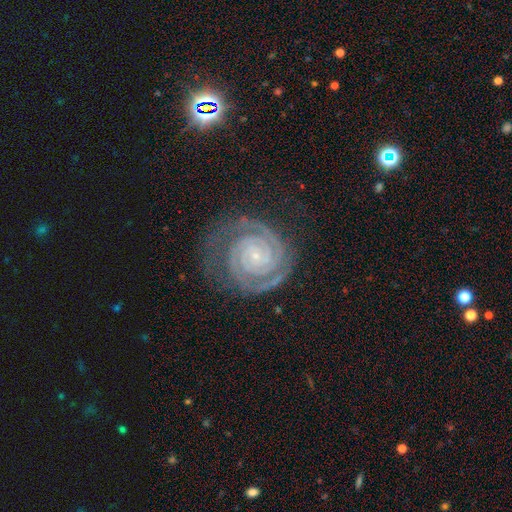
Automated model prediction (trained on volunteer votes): A featured or disk galaxy (91%) with no bar (70%), 2 (75%) tight (87%) spiral arms (99%) and a small central bulge (86%).

Vote fractions:
- Smooth or featured? featured or disk: 91% / star or artifact: 5% / smooth: 4%
- Edge-on disk? no: 98% / yes: 2%
- Bar? no: 70% / weak: 20% / strong: 10%
- Spiral arms? yes: 99% / no: 1%
- Spiral winding? tight: 87% / medium: 12% / loose: 2%
- Spiral arm count? 2: 75% / 3: 11% / can't tell: 5% / 4: 3% / 1: 3% / more than 4: 3%
- Bulge size? small: 86% / moderate: 8% / none: 3% / large: 1% / dominant: 1%
- Merging? none: 77% / minor disturbance: 16% / major disturbance: 6% / merger: 1%